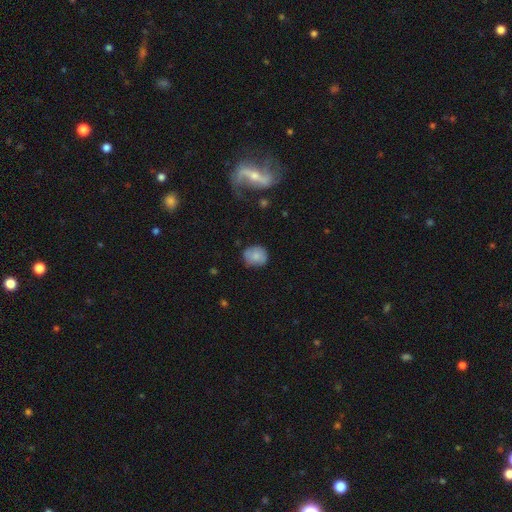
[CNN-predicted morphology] type=smooth (80%); roundness=round (77%); merging=none (75%).